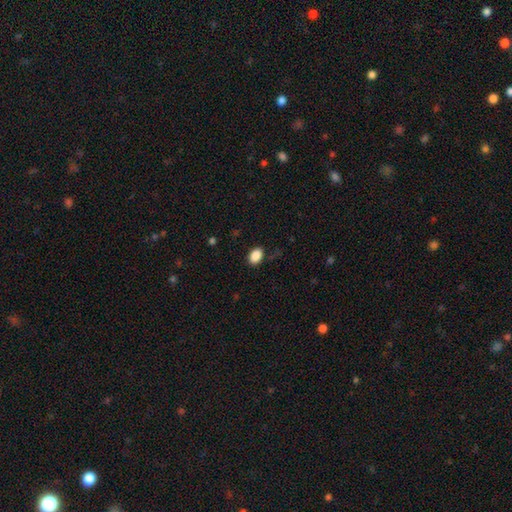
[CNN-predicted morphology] The model was most divided on "how rounded": in between: 84%, round: 15%, cigar-shaped: 1%. More confident: smooth or featured — smooth (88%); merging — none (84%).